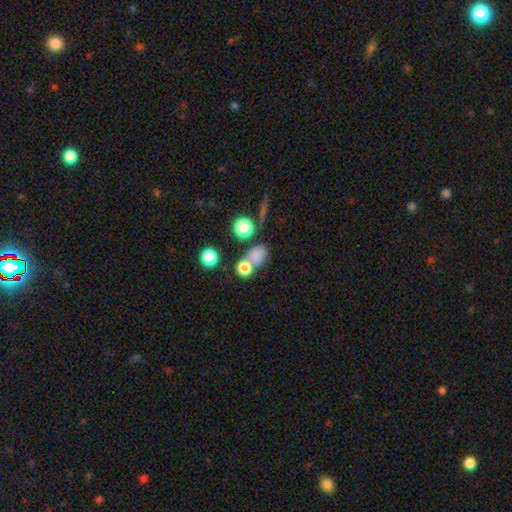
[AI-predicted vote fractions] smooth_or_featured: smooth (p=0.73) [alt: star or artifact p=0.17]
how_rounded: in between (p=0.56) [alt: round p=0.41]
merging: none (p=0.50) [alt: merger p=0.32]